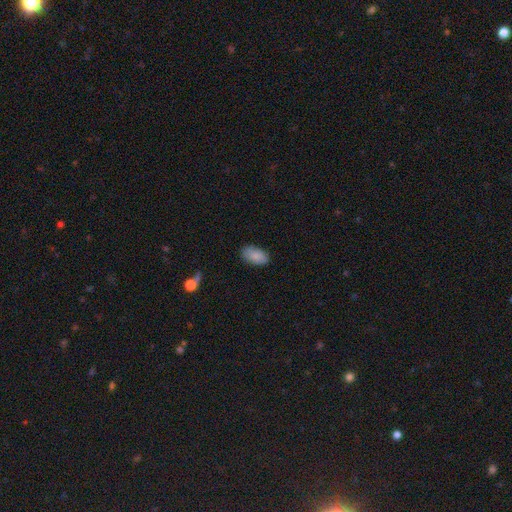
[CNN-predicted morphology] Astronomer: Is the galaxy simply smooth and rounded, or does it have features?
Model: smooth — 85%.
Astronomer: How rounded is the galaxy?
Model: in between — 94%.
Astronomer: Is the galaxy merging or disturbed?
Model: none — 82%.